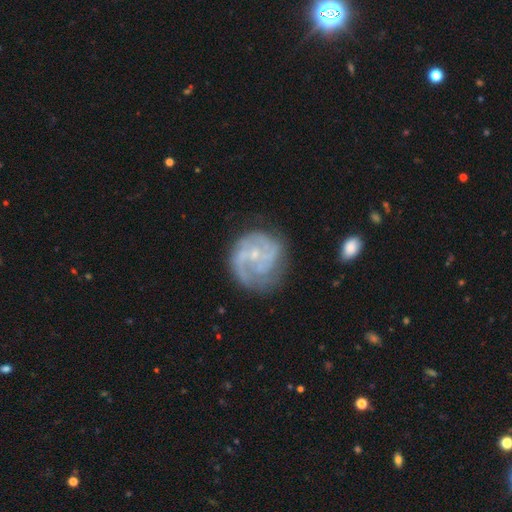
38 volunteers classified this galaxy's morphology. featured or disk 76%, smooth 18%, star or artifact 5%. Down the decision tree: edge-on disk — no (97%); bar — no (75%); spiral arms — yes (89%); spiral arm count — 2 (32%); spiral winding — tight (48%); bulge size — small (54%); merging — none (67%).